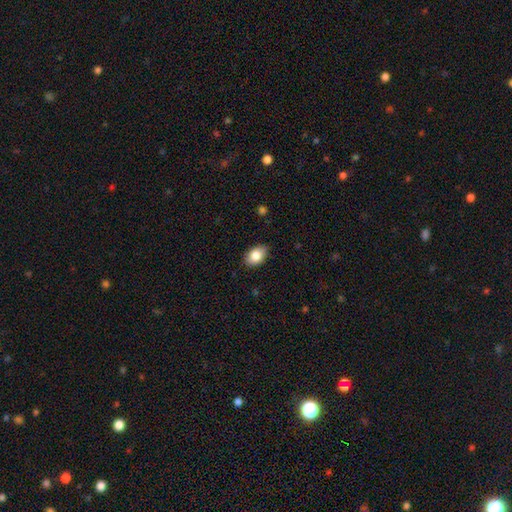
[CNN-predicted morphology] smooth_or_featured: smooth (p=0.83) [alt: featured or disk p=0.09]
how_rounded: in between (p=0.86) [alt: round p=0.12]
merging: none (p=0.86) [alt: minor disturbance p=0.11]